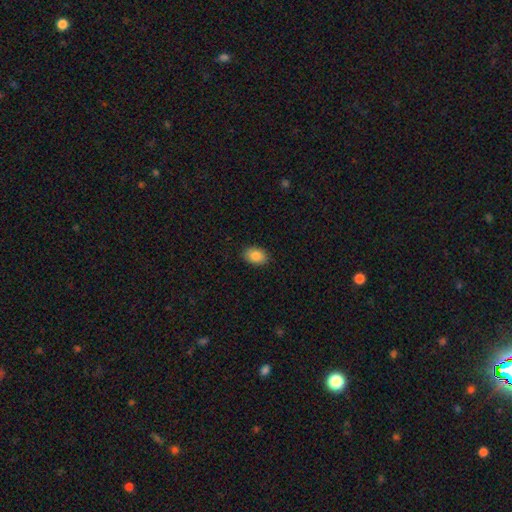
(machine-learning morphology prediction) This is clearly a smooth galaxy (86%). How rounded: clearly in between (81%). Merging: clearly none (88%).